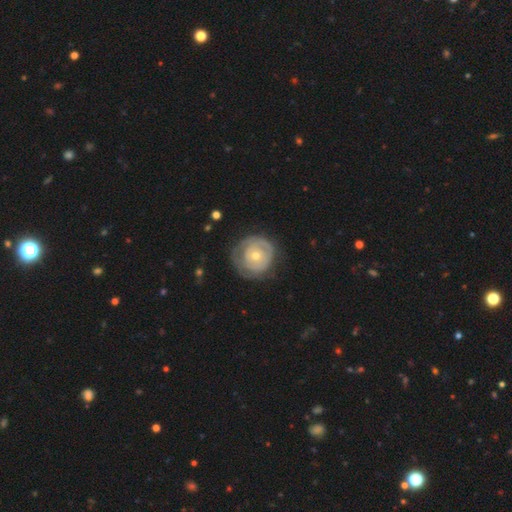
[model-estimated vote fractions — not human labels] This is likely a featured or disk galaxy (66%). It is clearly not viewed edge-on (97%). Bar: clearly no (85%). Spiral arm pattern: possibly yes (58%). Central bulge: possibly small (56%). Merging: likely none (70%).